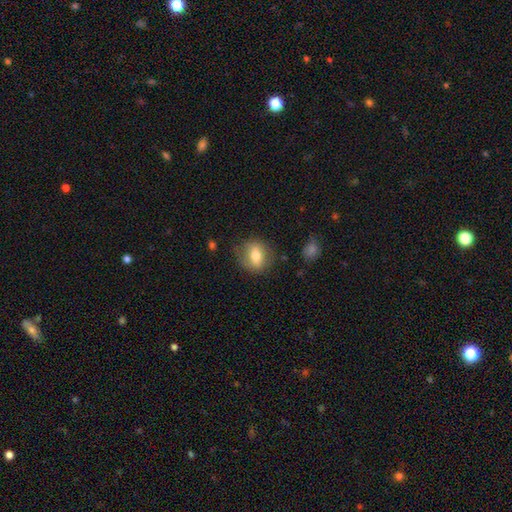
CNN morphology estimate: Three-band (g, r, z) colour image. It shows a smooth galaxy with no disk features (68%) that is round (58%). Merging: none (78%).